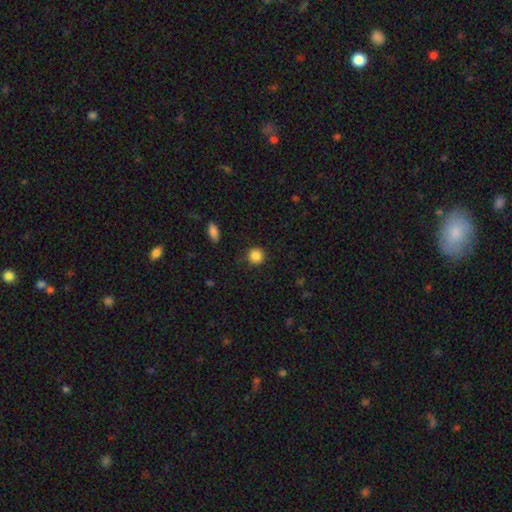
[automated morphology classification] Smooth or featured? smooth (86%)
How rounded? round (93%)
Merging? none (87%)